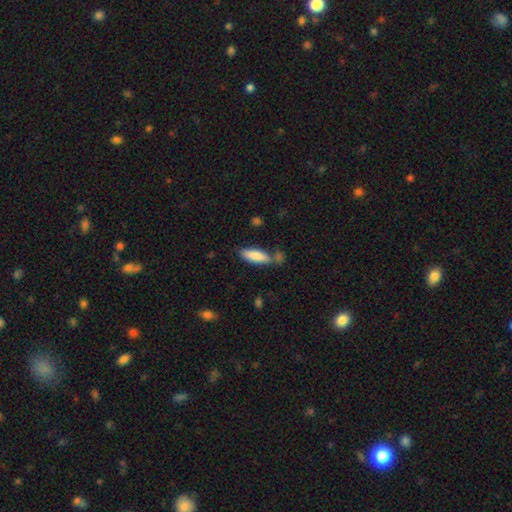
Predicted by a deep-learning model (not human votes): smooth_or_featured: smooth (p=0.83) [alt: featured or disk p=0.11]
how_rounded: in between (p=0.51) [alt: cigar-shaped p=0.48]
merging: none (p=0.63) [alt: minor disturbance p=0.18]